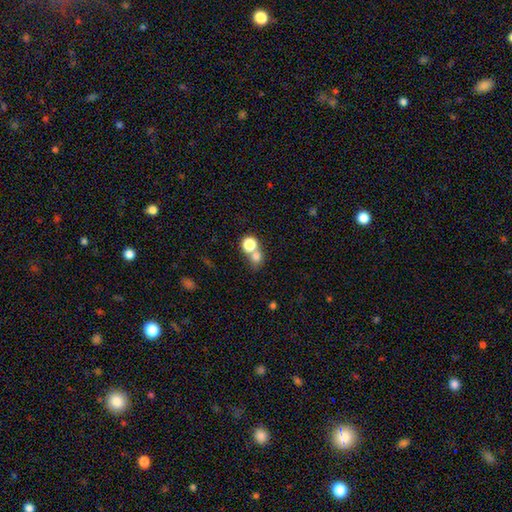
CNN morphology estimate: Smooth or featured?
  - smooth: 75% *
  - star or artifact: 15%
  - featured or disk: 10%
How rounded?
  - round: 79% *
  - in between: 20%
  - cigar-shaped: 1%
Merging?
  - merger: 49% *
  - none: 41%
  - minor disturbance: 6%
  - major disturbance: 4%